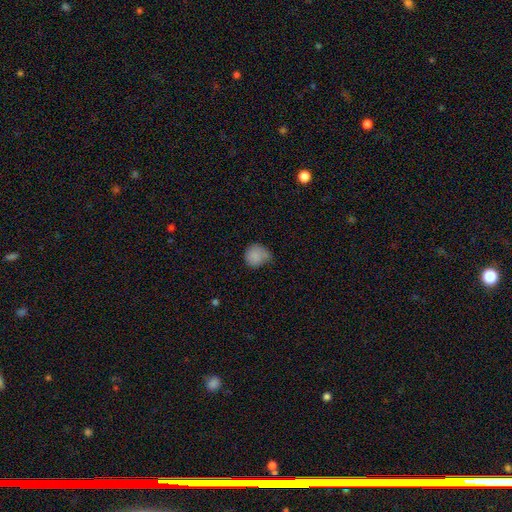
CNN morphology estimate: type=smooth (85%); roundness=round (81%); merging=none (46%).